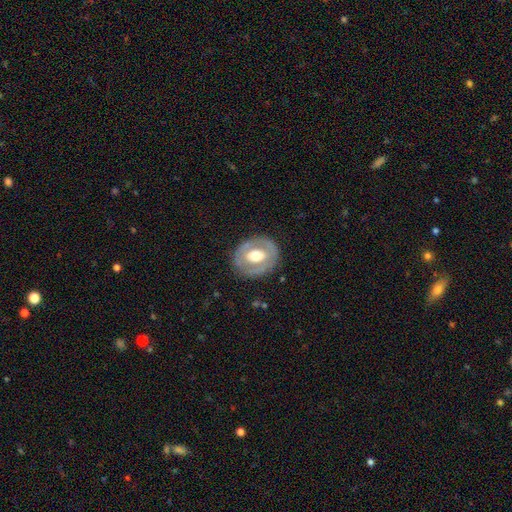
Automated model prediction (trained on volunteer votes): Smooth or featured? Predicted: featured or disk (p=0.55). Edge-on disk? Predicted: no (p=0.95). Bar? Predicted: no (p=0.62). Spiral arms? Predicted: no (p=0.84). Bulge size? Predicted: moderate (p=0.62). Merging? Predicted: none (p=0.80).